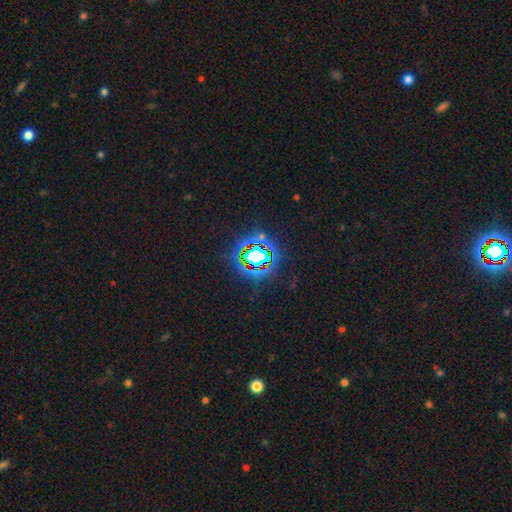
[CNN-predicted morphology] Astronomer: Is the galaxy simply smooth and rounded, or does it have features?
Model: star or artifact — 73%.